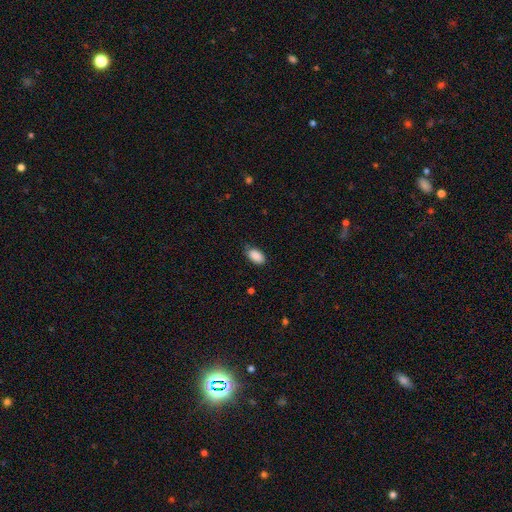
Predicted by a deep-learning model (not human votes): Q: Smooth or featured?
A: smooth (89%); runner-up: star or artifact (7%)
Q: How rounded?
A: in between (94%); runner-up: round (4%)
Q: Merging?
A: none (77%); runner-up: minor disturbance (19%)